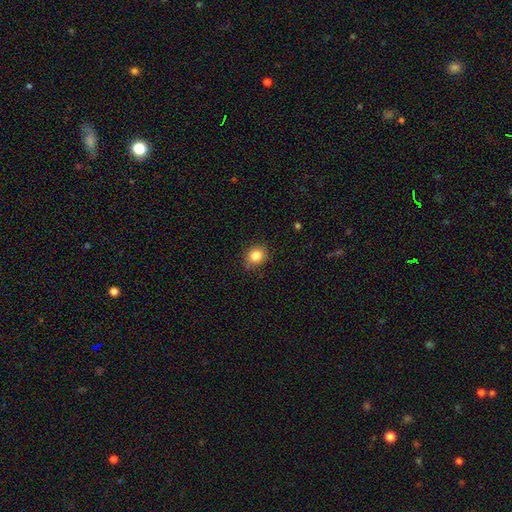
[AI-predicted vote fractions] smooth 84%, star or artifact 10%, featured or disk 6%. Down the decision tree: how rounded — round (65%); merging — none (81%).